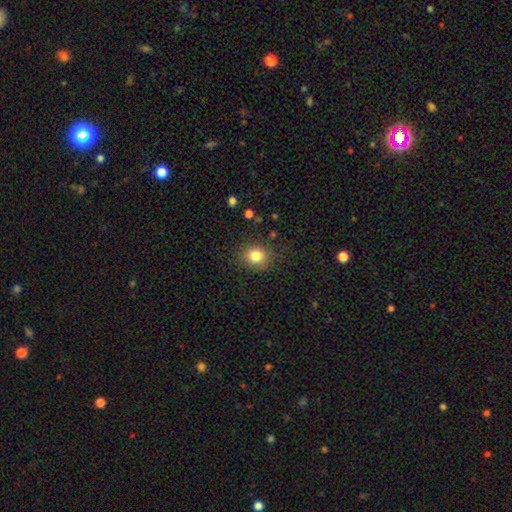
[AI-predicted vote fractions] Smooth or featured: smooth — 82% (star or artifact — 11%)
How rounded: round — 67% (in between — 32%)
Merging: none — 82% (minor disturbance — 12%)